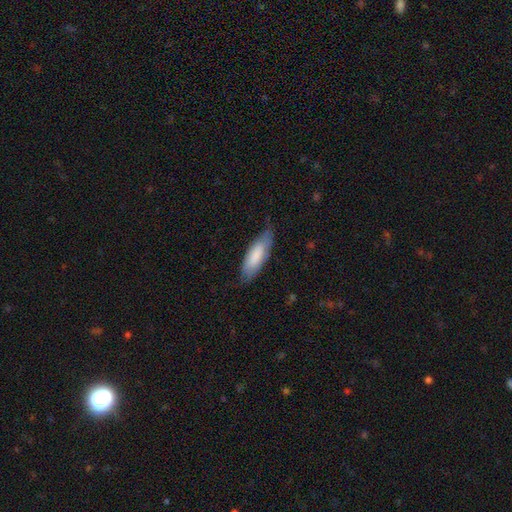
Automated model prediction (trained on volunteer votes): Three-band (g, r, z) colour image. It shows a smooth galaxy with no disk features (76%) that is in between round and cigar-shaped (56%). Merging: none (70%).